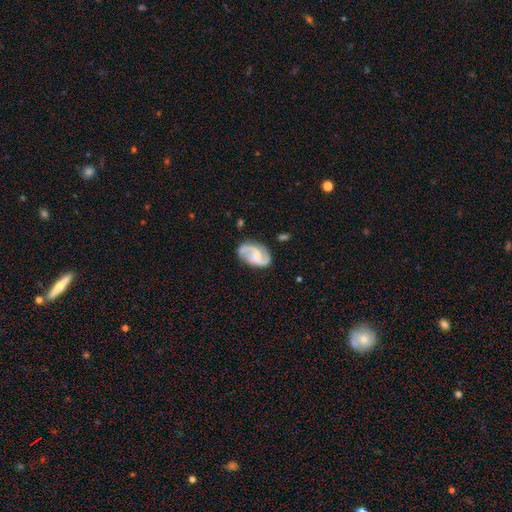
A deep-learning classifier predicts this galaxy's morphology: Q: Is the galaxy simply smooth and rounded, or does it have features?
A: featured or disk — 80%.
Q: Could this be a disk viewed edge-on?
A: no — 98%.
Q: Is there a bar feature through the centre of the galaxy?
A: no — 45%.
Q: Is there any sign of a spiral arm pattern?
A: yes — 96%.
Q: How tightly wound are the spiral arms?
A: medium — 50%.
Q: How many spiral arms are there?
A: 2 — 88%.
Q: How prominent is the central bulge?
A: none — 34%, tied with small.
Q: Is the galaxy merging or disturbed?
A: none — 74%.